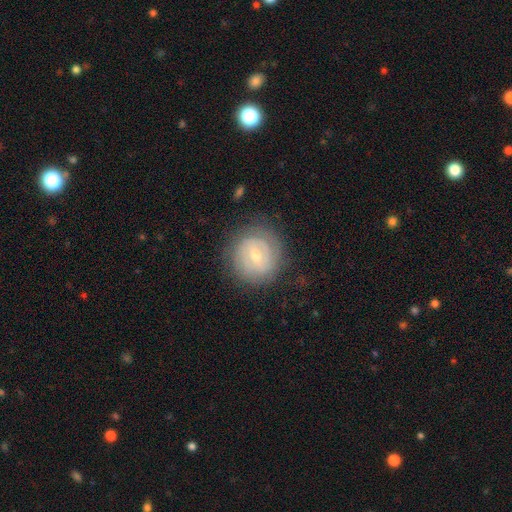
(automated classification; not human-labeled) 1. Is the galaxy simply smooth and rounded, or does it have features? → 66% featured or disk, 26% smooth, 7% star or artifact.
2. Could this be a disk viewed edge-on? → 97% no, 3% yes.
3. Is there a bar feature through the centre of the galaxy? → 44% no, 43% weak, 13% strong.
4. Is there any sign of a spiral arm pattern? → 75% yes, 25% no.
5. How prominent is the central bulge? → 57% moderate, 39% small, 2% large, 1% none, 1% dominant.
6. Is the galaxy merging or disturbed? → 82% none, 12% minor disturbance, 5% major disturbance, 1% merger.